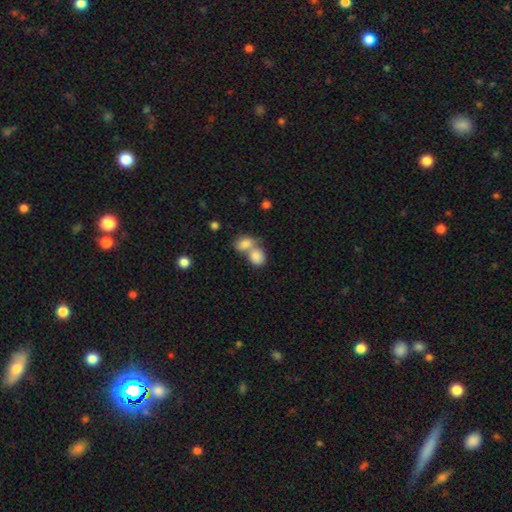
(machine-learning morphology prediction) type=smooth (83%); roundness=in between (52%); merging=merger (63%).